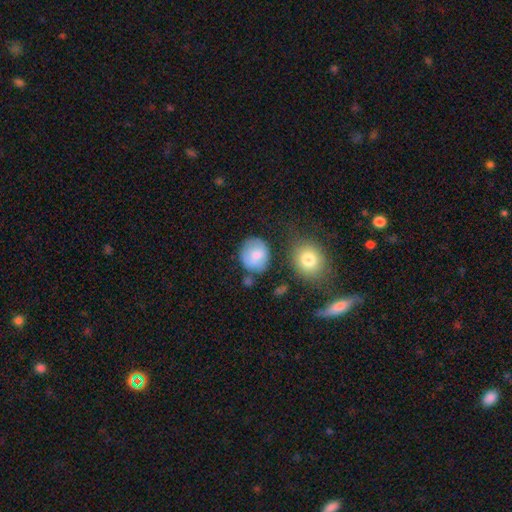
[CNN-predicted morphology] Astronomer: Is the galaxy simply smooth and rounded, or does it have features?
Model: smooth — 77%.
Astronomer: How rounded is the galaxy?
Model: round — 78%.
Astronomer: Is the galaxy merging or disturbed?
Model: none — 65%.